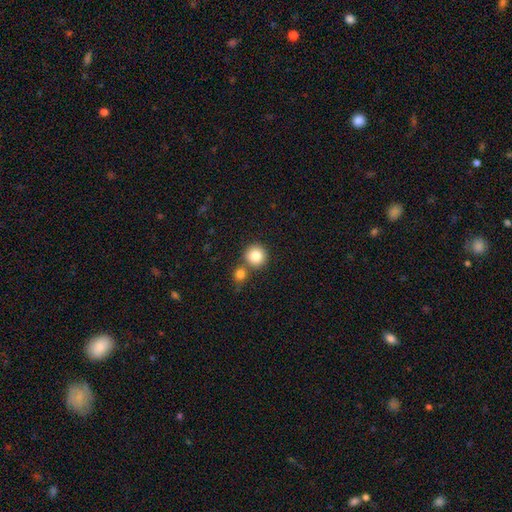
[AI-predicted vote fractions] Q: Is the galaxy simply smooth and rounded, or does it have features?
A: smooth — 82%.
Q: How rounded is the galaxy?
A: round — 93%.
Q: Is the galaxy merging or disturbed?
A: none — 69%.